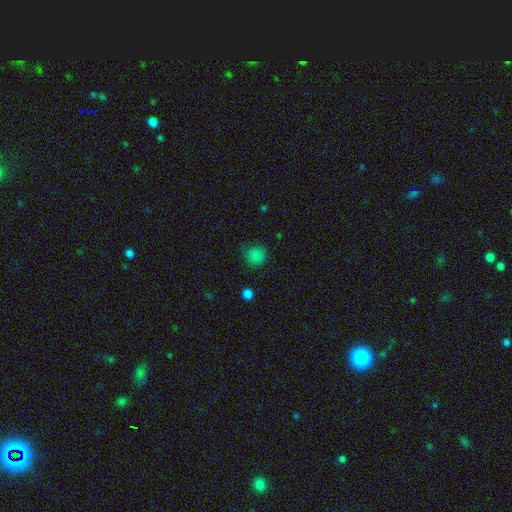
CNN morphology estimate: A smooth galaxy with no disk features (81%) that is round (86%).

Vote fractions:
- Smooth or featured? smooth: 81% / star or artifact: 16% / featured or disk: 4%
- How rounded? round: 86% / in between: 13% / cigar-shaped: 1%
- Merging? none: 75% / minor disturbance: 18% / major disturbance: 5% / merger: 2%